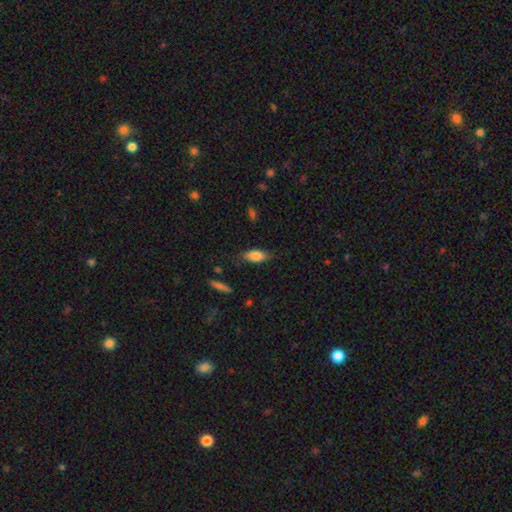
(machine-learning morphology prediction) smooth-or-featured: smooth: 80% | featured or disk: 13% | star or artifact: 7%
  how-rounded: in between: 80% | cigar-shaped: 17% | round: 3%
  merging: none: 71% | minor disturbance: 22% | major disturbance: 5% | merger: 2%